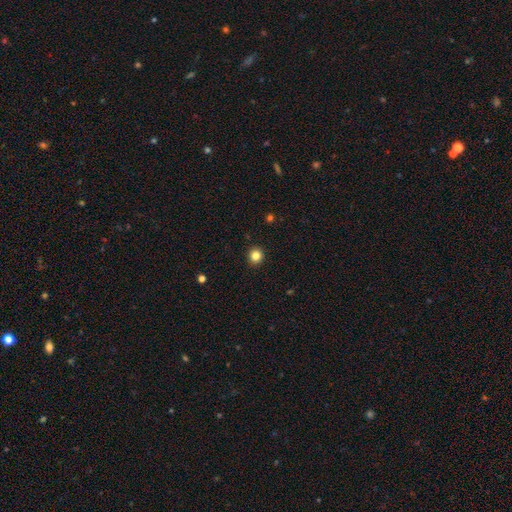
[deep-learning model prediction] Overall: smooth (84%). How rounded: round (92%). Merging: none (93%).